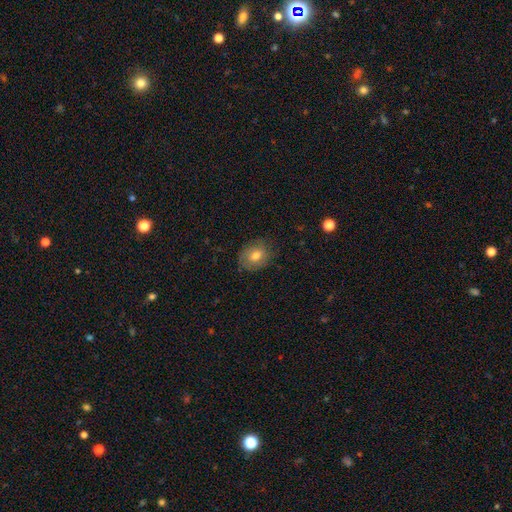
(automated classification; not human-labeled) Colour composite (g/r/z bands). It shows a smooth galaxy with no disk features (73%) that is in between round and cigar-shaped (52%). Merging: none (78%).